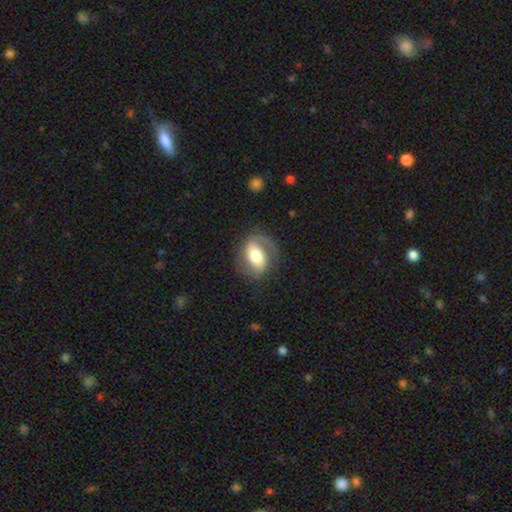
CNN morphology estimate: A featured or disk galaxy (67%) with no bar (34%, tied with weak), 2 (69%) medium (45%) spiral arms (84%) and a moderate central bulge (57%). Merging: none (69%).